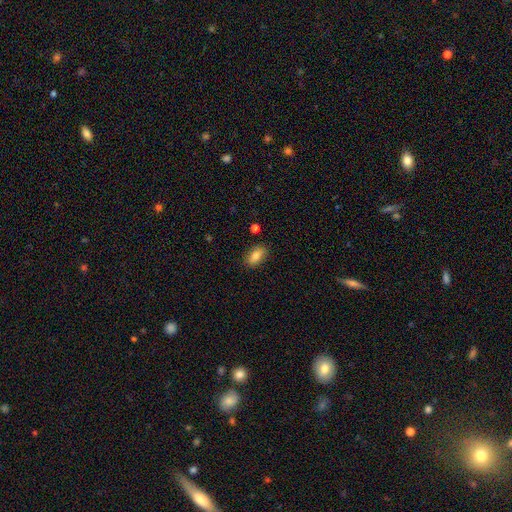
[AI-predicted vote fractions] A smooth galaxy with no disk features (82%) that is in between round and cigar-shaped (89%).

Vote fractions:
- Smooth or featured? smooth: 82% / featured or disk: 10% / star or artifact: 8%
- How rounded? in between: 89% / round: 6% / cigar-shaped: 5%
- Merging? none: 86% / minor disturbance: 10% / major disturbance: 2% / merger: 2%